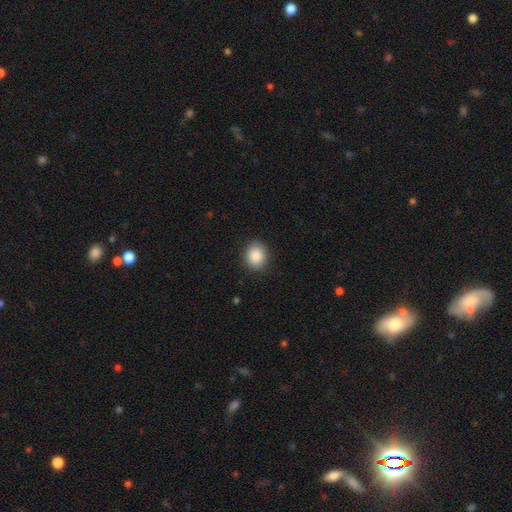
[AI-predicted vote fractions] Q: Smooth or featured?
A: smooth (88%); runner-up: star or artifact (8%)
Q: How rounded?
A: round (68%); runner-up: in between (31%)
Q: Merging?
A: none (89%); runner-up: minor disturbance (8%)